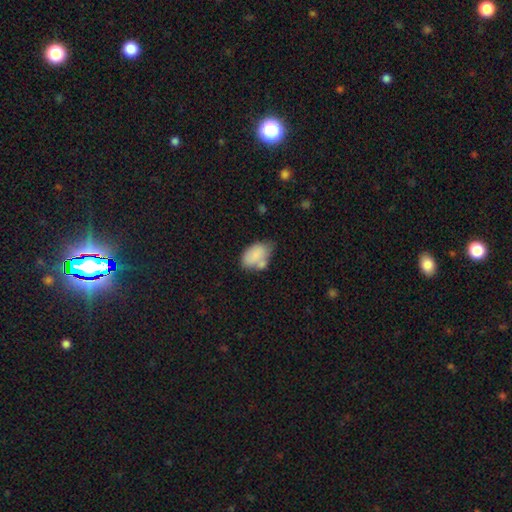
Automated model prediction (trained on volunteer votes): smooth_or_featured: smooth (p=0.81) [alt: featured or disk p=0.11]
how_rounded: in between (p=0.90) [alt: round p=0.09]
merging: none (p=0.38) [alt: minor disturbance p=0.27]